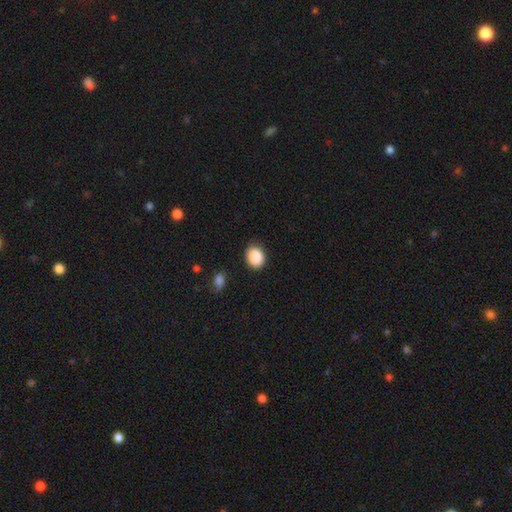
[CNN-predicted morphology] smooth_or_featured: smooth (p=0.89) [alt: star or artifact p=0.08]
how_rounded: in between (p=0.55) [alt: round p=0.44]
merging: none (p=0.85) [alt: minor disturbance p=0.11]